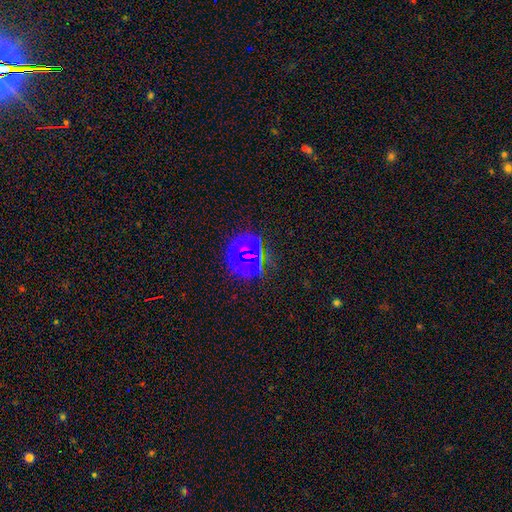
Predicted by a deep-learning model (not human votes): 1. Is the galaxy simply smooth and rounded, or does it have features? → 68% star or artifact, 22% smooth, 9% featured or disk.